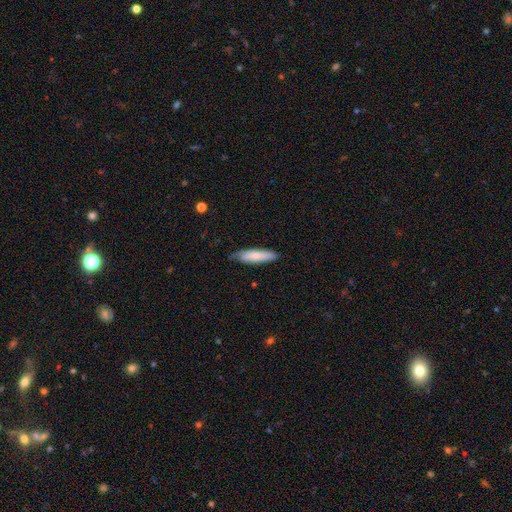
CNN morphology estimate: Overall: smooth (79%). How rounded: cigar-shaped (71%). Merging: none (75%).